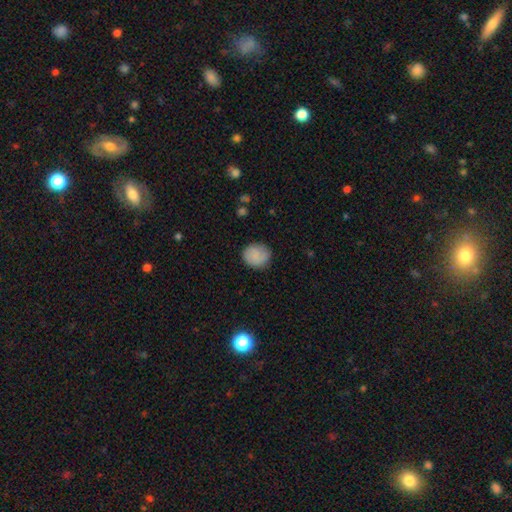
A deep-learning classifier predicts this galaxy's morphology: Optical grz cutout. It shows a smooth galaxy with no disk features (82%) that is round (80%). Merging: none (82%).